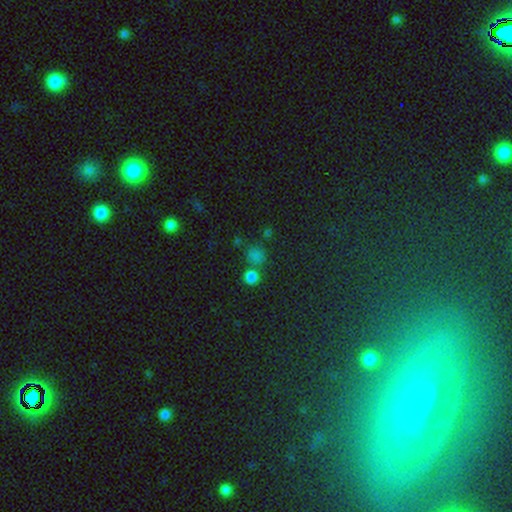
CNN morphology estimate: Overall: smooth (69%). How rounded: round (84%). Merging: none (66%).